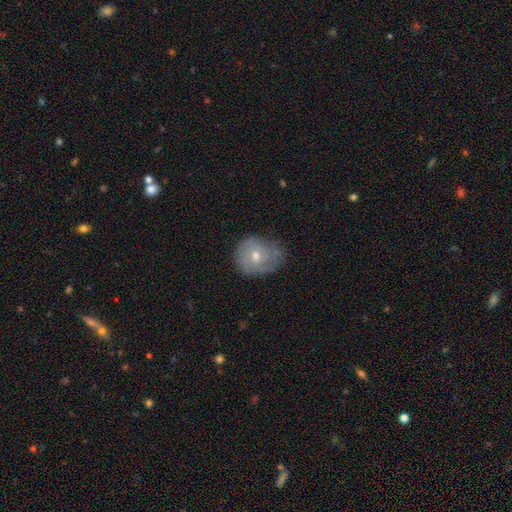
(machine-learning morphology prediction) A featured or disk galaxy (47%).

Vote fractions:
- Smooth or featured? featured or disk: 47% / smooth: 43% / star or artifact: 10%
- Merging? none: 57% / minor disturbance: 31% / major disturbance: 11% / merger: 2%